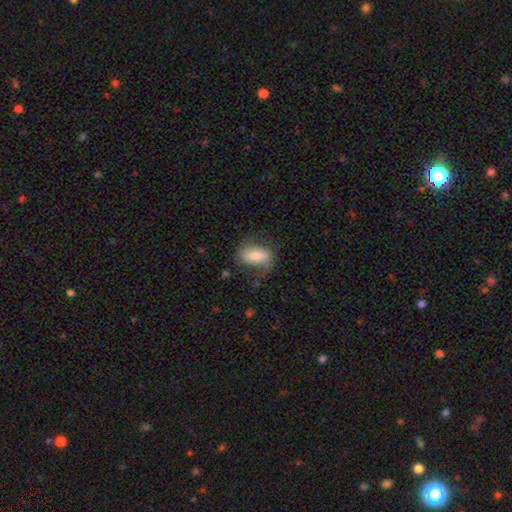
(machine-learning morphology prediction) smooth-or-featured: smooth: 70% | featured or disk: 23% | star or artifact: 7%
  how-rounded: in between: 85% | cigar-shaped: 9% | round: 6%
  merging: none: 62% | minor disturbance: 24% | major disturbance: 12% | merger: 2%